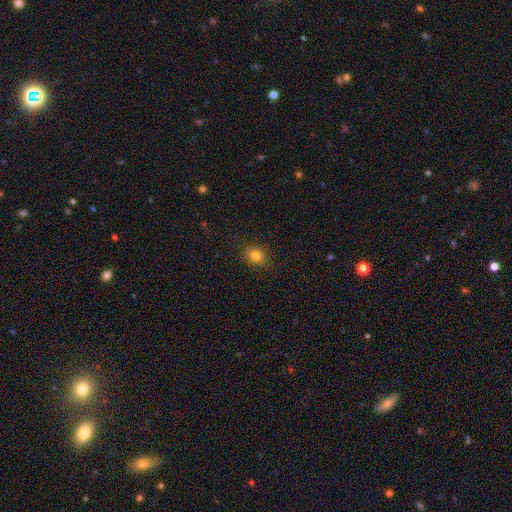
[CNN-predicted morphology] A smooth galaxy with no disk features (80%) that is round (61%).

Vote fractions:
- Smooth or featured? smooth: 80% / star or artifact: 12% / featured or disk: 7%
- How rounded? round: 61% / in between: 38% / cigar-shaped: 1%
- Merging? none: 89% / minor disturbance: 8% / major disturbance: 2% / merger: 1%